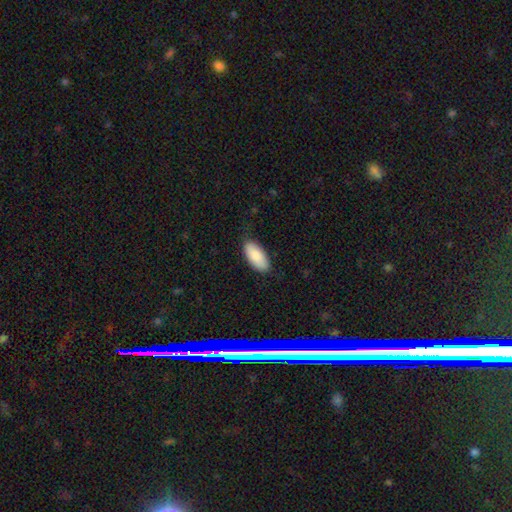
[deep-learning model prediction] Smooth or featured? Predicted: smooth (p=0.88). How rounded? Predicted: in between (p=0.91). Merging? Predicted: none (p=0.82).